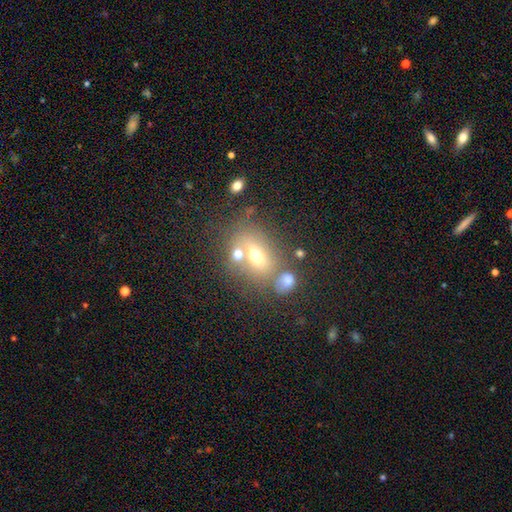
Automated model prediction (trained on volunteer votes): This is possibly a smooth galaxy (58%). How rounded: likely in between (64%). Merging: possibly none (47%).